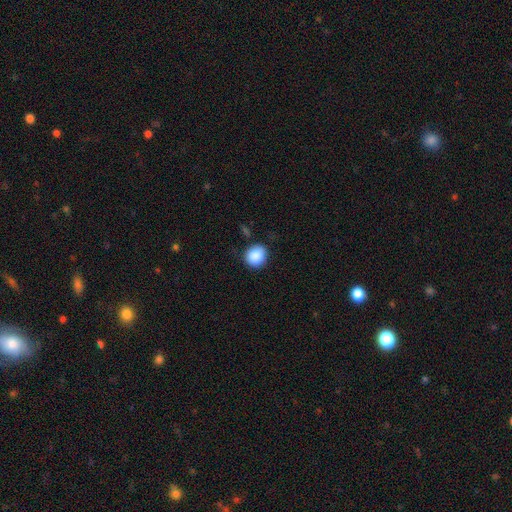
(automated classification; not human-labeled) A smooth galaxy with no disk features (88%) that is round (81%). Merging: none (82%).